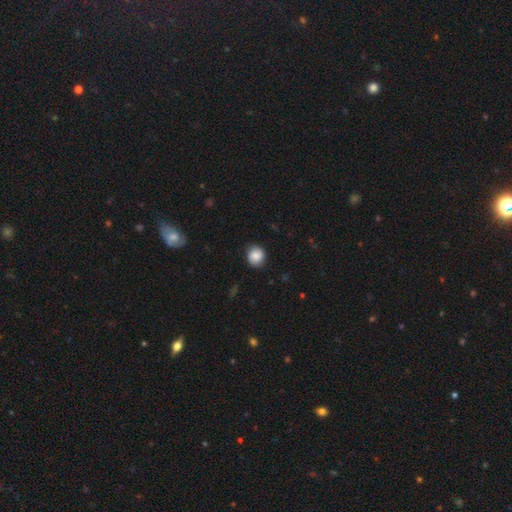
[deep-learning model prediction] Smooth or featured?
  - smooth: 84% *
  - star or artifact: 8%
  - featured or disk: 8%
How rounded?
  - round: 80% *
  - in between: 19%
  - cigar-shaped: 1%
Merging?
  - none: 83% *
  - minor disturbance: 13%
  - major disturbance: 3%
  - merger: 1%